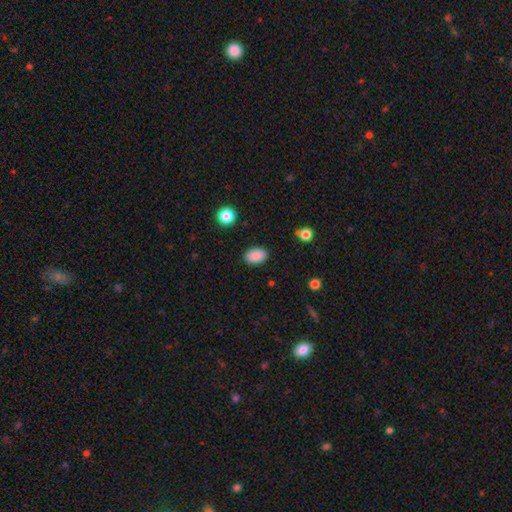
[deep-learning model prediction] smooth 88%, star or artifact 8%, featured or disk 3%. Down the decision tree: how rounded — in between (86%); merging — none (88%).